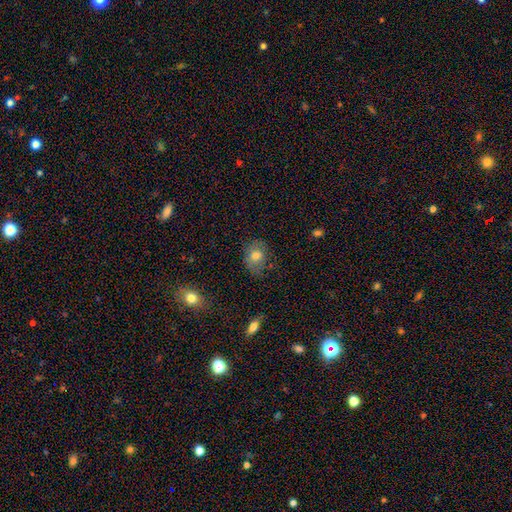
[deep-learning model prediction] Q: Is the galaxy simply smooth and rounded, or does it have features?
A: smooth — 74%.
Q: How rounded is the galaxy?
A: in between — 51%.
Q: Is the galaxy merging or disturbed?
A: none — 65%.